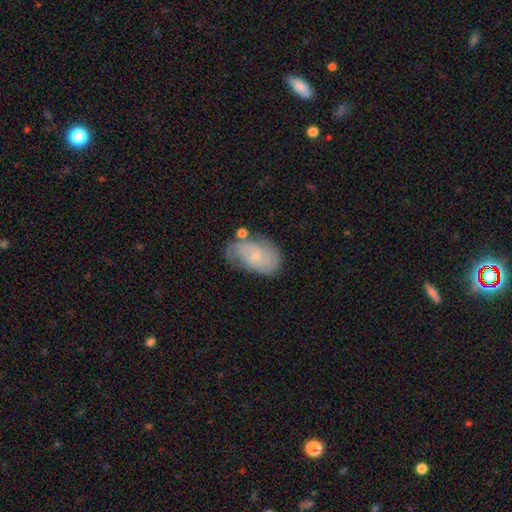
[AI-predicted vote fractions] This is possibly a featured or disk galaxy (58%). It is clearly not viewed edge-on (96%). Bar: likely no (69%). Spiral arm pattern: clearly yes (85%). Central bulge: likely small (72%). Merging: possibly none (52%).